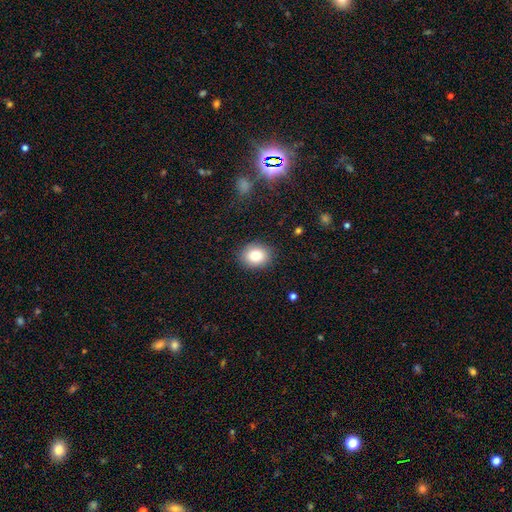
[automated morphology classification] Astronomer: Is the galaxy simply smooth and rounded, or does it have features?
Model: smooth — 82%.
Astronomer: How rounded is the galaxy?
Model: round — 57% (runner-up: in between, 42%).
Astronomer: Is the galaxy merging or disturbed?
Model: none — 87%.